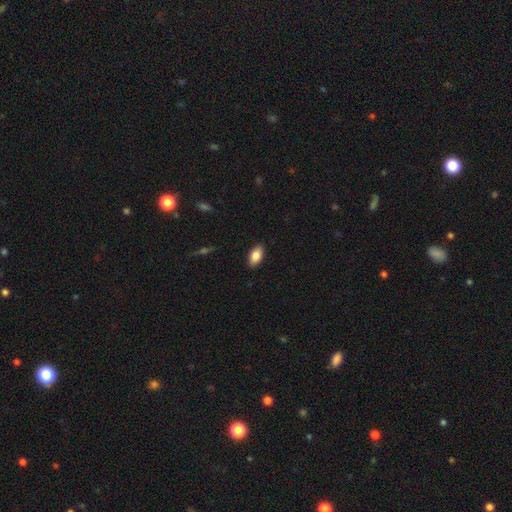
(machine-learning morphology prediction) Smooth or featured? Predicted: smooth (p=0.85). How rounded? Predicted: in between (p=0.92). Merging? Predicted: none (p=0.89).